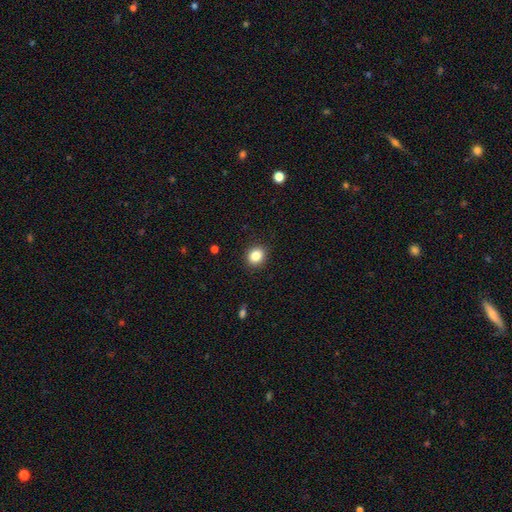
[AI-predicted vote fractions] This is clearly a smooth galaxy (85%). How rounded: likely round (75%). Merging: clearly none (90%).